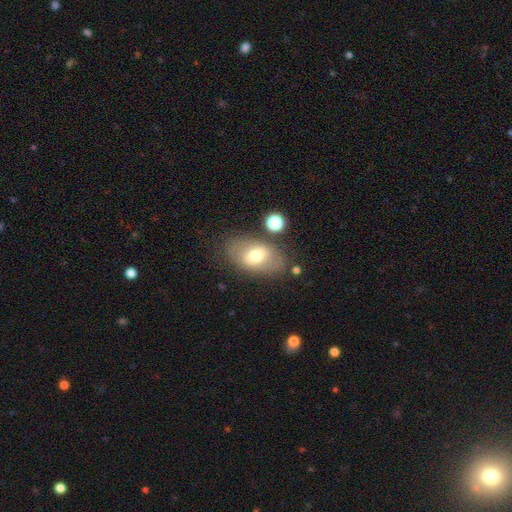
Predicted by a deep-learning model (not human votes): A smooth galaxy with no disk features (62%) that is in between round and cigar-shaped (90%). Merging: none (73%).